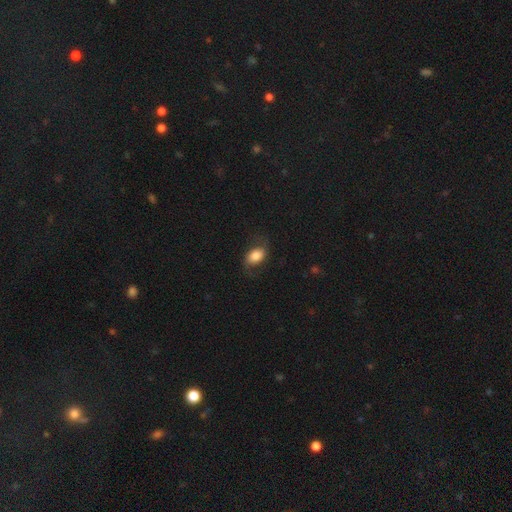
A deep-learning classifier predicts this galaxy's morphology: Overall: smooth (63%; featured or disk 29%). How rounded: in between (82%). Merging: none (68%).